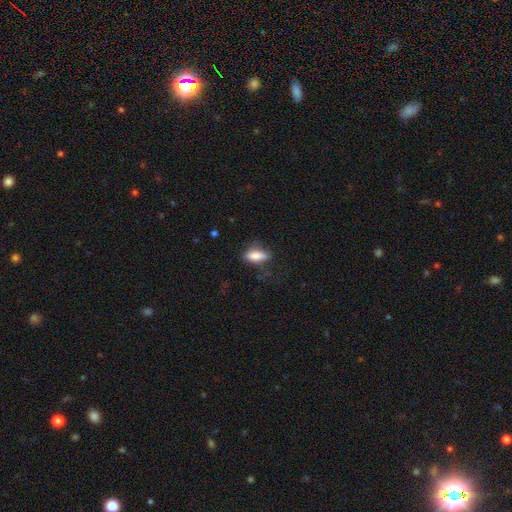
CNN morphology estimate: A smooth galaxy with no disk features (78%) that is in between round and cigar-shaped (72%). Merging: none (60%).